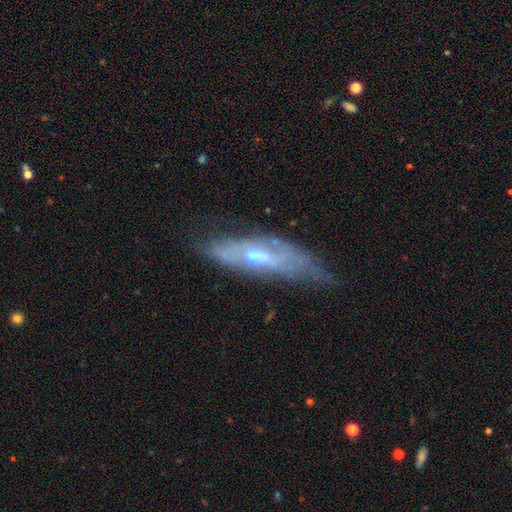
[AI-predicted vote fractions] featured or disk 67%, smooth 26%, star or artifact 8%. Down the decision tree: edge-on disk — no (64%); merging — none (50%).